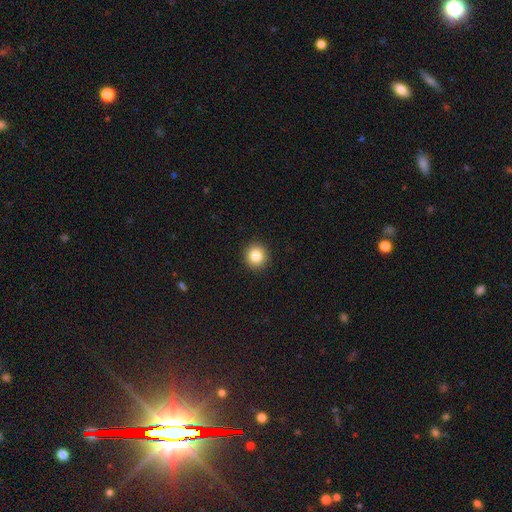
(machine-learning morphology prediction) Overall: smooth (85%). How rounded: round (92%). Merging: none (92%).